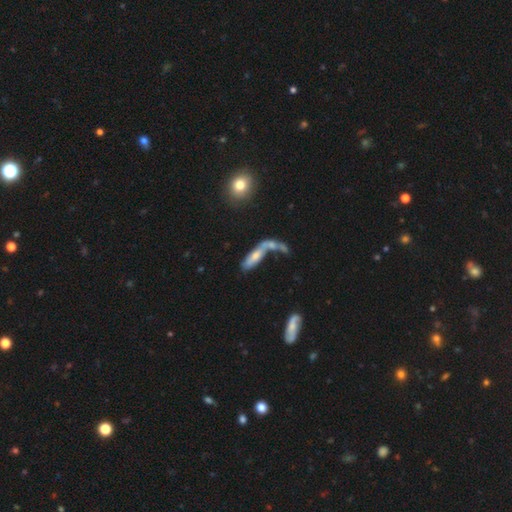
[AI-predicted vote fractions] A smooth galaxy with no disk features (52%) that is in between round and cigar-shaped (50%). Merging: merger (54%).